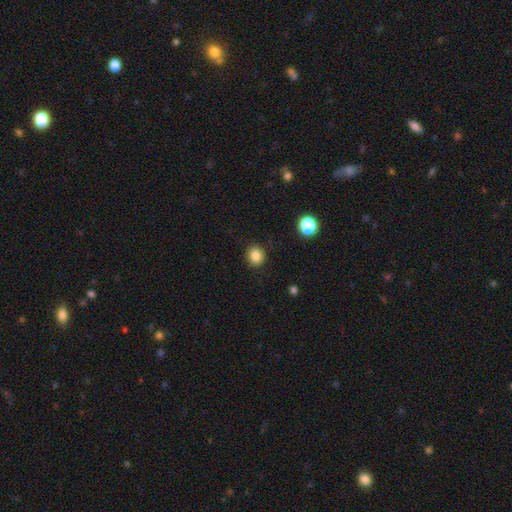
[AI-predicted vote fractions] The model was most divided on "how rounded": round: 78%, in between: 22%, cigar-shaped: 1%. More confident: merging — none (90%); smooth or featured — smooth (84%).